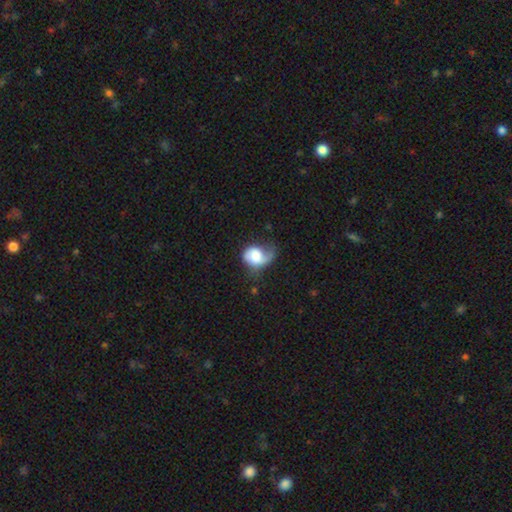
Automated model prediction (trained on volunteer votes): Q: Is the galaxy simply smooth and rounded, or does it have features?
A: smooth — 51%.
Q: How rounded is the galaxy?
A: in between — 53%.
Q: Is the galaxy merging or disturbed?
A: major disturbance — 40%.